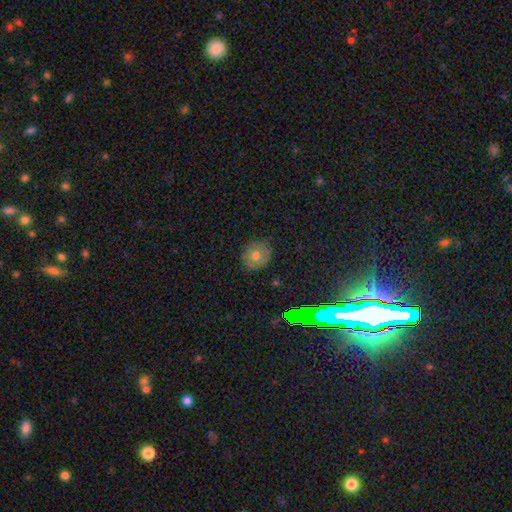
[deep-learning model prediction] Smooth or featured?
  - smooth: 65% *
  - featured or disk: 22%
  - star or artifact: 13%
How rounded?
  - round: 79% *
  - in between: 20%
  - cigar-shaped: 1%
Merging?
  - none: 83% *
  - minor disturbance: 13%
  - major disturbance: 3%
  - merger: 1%